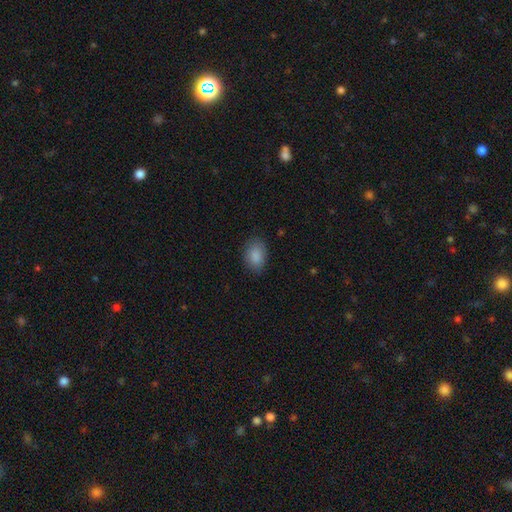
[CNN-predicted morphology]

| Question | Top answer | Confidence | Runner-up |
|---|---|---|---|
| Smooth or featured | smooth | 88% | star or artifact (7%) |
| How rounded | in between | 84% | round (15%) |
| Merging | none | 81% | minor disturbance (15%) |